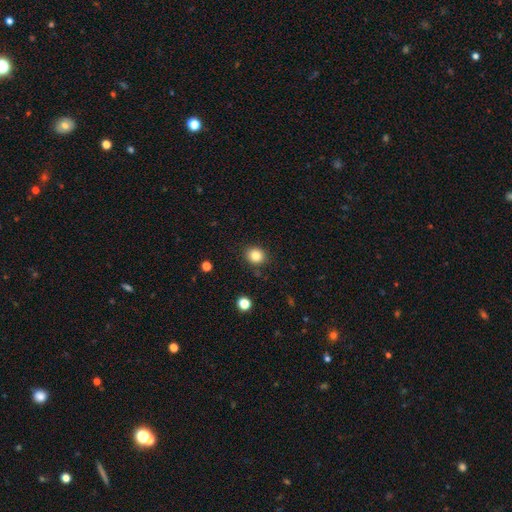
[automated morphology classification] This is clearly a smooth galaxy (83%). How rounded: likely round (78%). Merging: clearly none (87%).